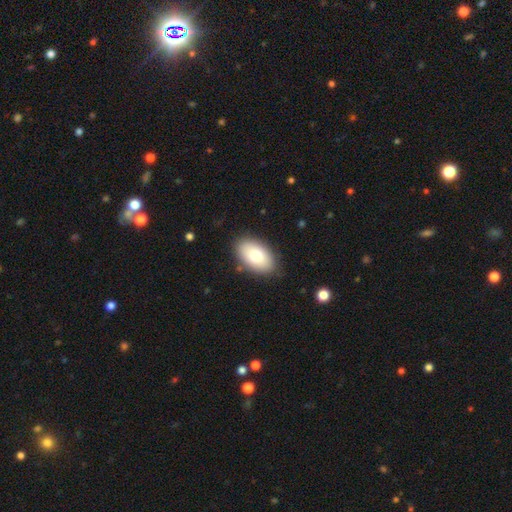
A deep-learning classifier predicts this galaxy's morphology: This appears to be a smooth galaxy with no disk features (78%) that is in between round and cigar-shaped (94%). Merging: none (85%).